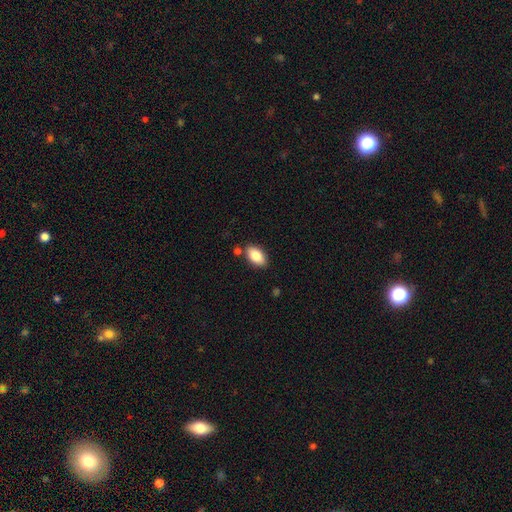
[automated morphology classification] Q: Smooth or featured?
A: smooth (84%); runner-up: featured or disk (9%)
Q: How rounded?
A: in between (93%); runner-up: round (5%)
Q: Merging?
A: none (81%); runner-up: minor disturbance (11%)